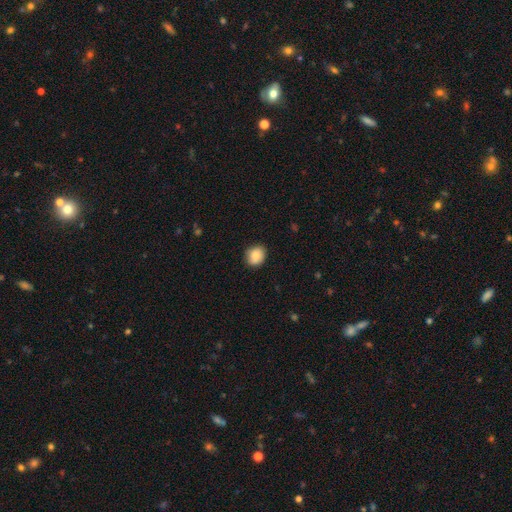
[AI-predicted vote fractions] Smooth or featured: smooth — 84% (star or artifact — 8%)
How rounded: round — 68% (in between — 31%)
Merging: none — 84% (minor disturbance — 12%)